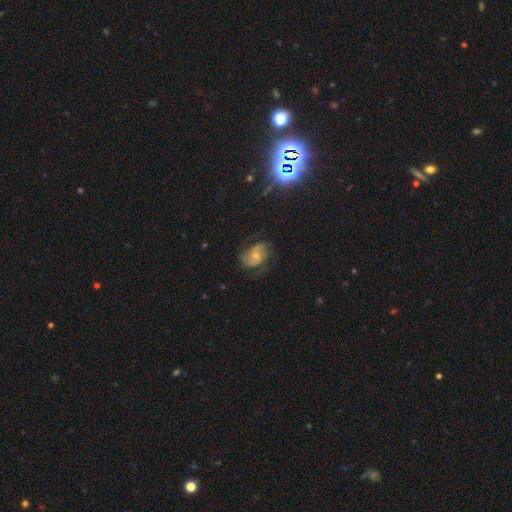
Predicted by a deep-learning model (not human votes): smooth-or-featured: featured or disk: 66% | smooth: 25% | star or artifact: 10%
  disk-edge-on: no: 97% | yes: 3%
    bar: no: 60% | weak: 34% | strong: 6%
    has-spiral-arms: yes: 90% | no: 10%
      spiral-winding: medium: 48% | loose: 29% | tight: 24%
      spiral-arm-count: 2: 72% | can't tell: 14% | 3: 6% | 1: 5% | 4: 2% | more than 4: 2%
    bulge-size: small: 46% | moderate: 44% | none: 6% | large: 3% | dominant: 1%
  merging: none: 62% | minor disturbance: 23% | major disturbance: 14% | merger: 2%